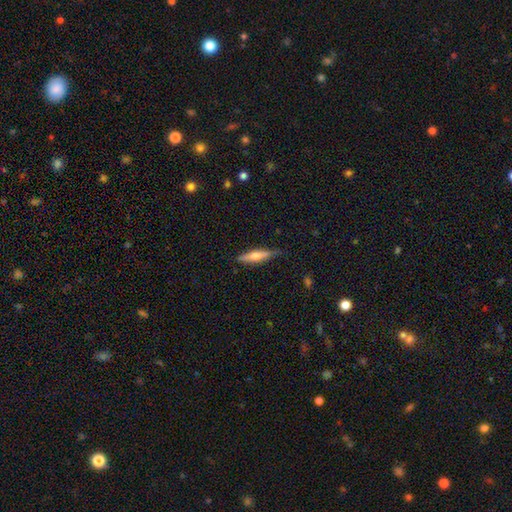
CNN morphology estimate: A featured or disk galaxy (53%) viewed edge-on (94%). Merging: none (80%).